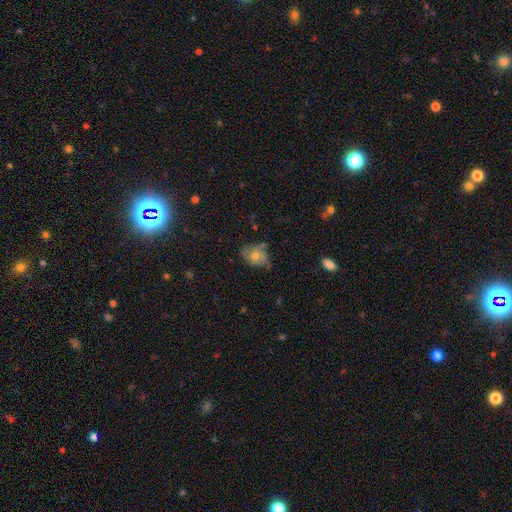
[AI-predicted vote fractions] Smooth or featured: smooth — 59% (featured or disk — 30%)
How rounded: in between — 68% (round — 30%)
Merging: none — 56% (minor disturbance — 32%)